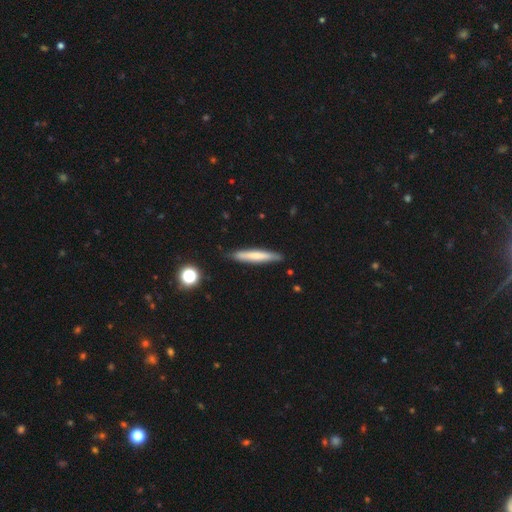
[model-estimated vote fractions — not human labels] Smooth or featured: smooth — 63% (featured or disk — 31%)
How rounded: cigar-shaped — 93% (in between — 6%)
Merging: none — 86% (minor disturbance — 11%)